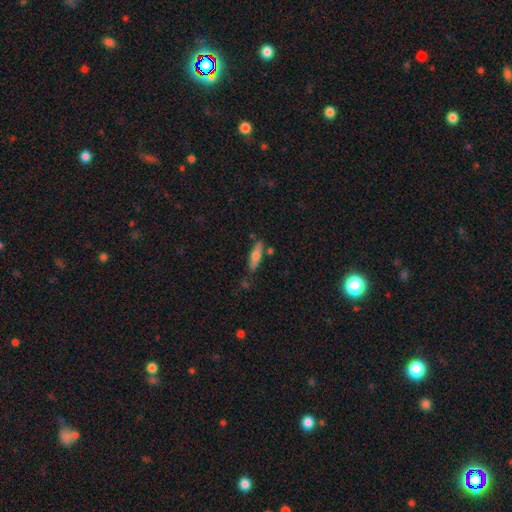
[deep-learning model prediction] Smooth or featured: smooth — 67% (featured or disk — 27%)
How rounded: cigar-shaped — 61% (in between — 36%)
Merging: none — 75% (minor disturbance — 15%)